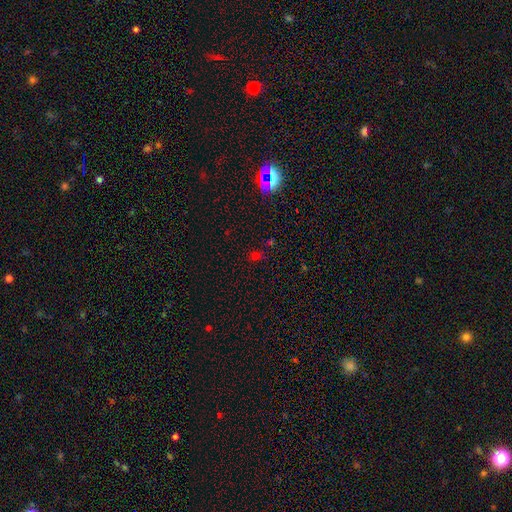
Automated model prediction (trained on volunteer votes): This is possibly a smooth galaxy (47%). Merging: likely none (71%).